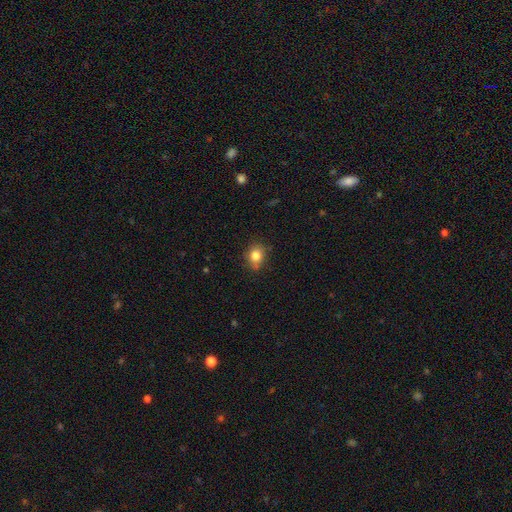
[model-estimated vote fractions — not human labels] Morphology: type=smooth (82%); roundness=round (68%); merging=none (77%).